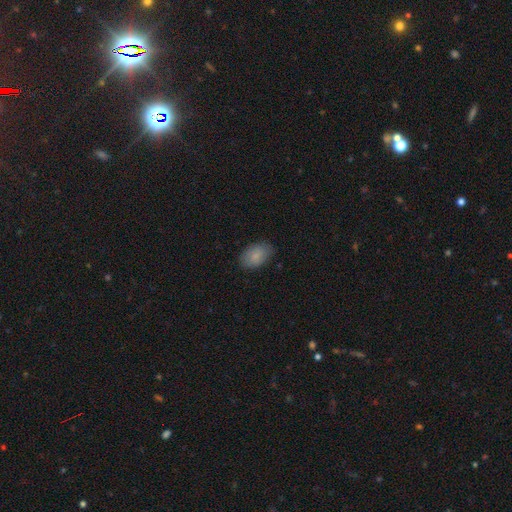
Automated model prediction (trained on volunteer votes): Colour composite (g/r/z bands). It shows a smooth galaxy with no disk features (85%) that is in between round and cigar-shaped (88%). Merging: none (82%).